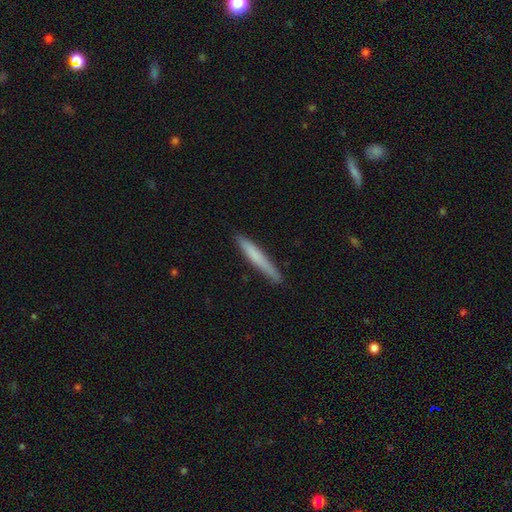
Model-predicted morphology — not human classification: Smooth or featured: smooth — 70% (featured or disk — 24%)
How rounded: cigar-shaped — 96% (in between — 3%)
Merging: none — 87% (minor disturbance — 10%)